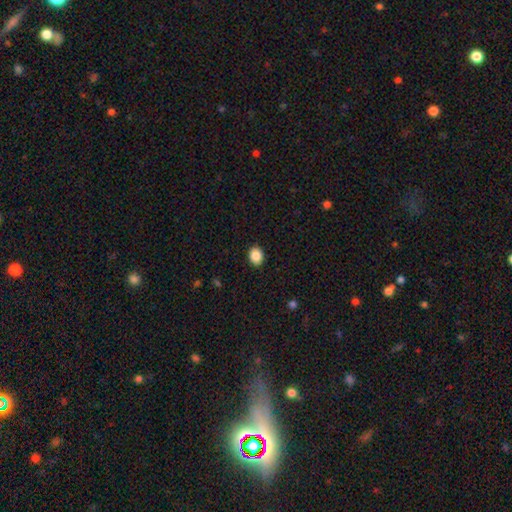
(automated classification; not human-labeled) Smooth or featured? smooth (87%)
How rounded? in between (56%)
Merging? none (90%)